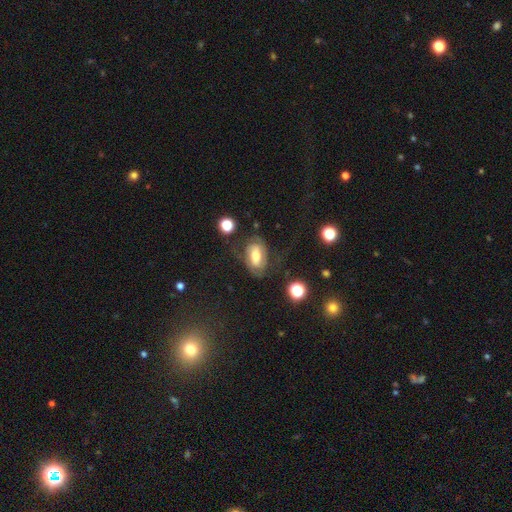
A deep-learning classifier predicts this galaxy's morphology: smooth-or-featured: featured or disk: 56% | smooth: 32% | star or artifact: 11%
  disk-edge-on: no: 93% | yes: 7%
    bar: weak: 42% | no: 40% | strong: 18%
    has-spiral-arms: yes: 76% | no: 24%
    bulge-size: moderate: 52% | large: 26% | small: 16% | none: 3% | dominant: 3%
  merging: none: 59% | minor disturbance: 21% | major disturbance: 17% | merger: 3%